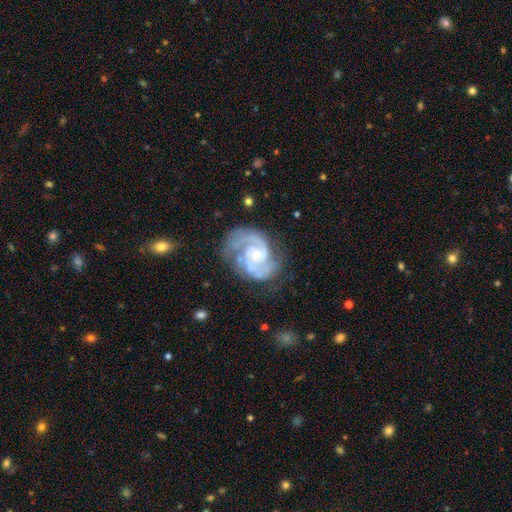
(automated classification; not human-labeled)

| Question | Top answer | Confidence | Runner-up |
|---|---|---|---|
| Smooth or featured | featured or disk | 90% | smooth (5%) |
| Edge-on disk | no | 98% | yes (2%) |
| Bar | no | 66% | weak (28%) |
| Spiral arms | yes | 98% | no (2%) |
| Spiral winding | tight | 47% | medium (44%) |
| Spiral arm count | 2 | 76% | 3 (11%) |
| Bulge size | small | 65% | moderate (31%) |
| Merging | none | 66% | minor disturbance (21%) |